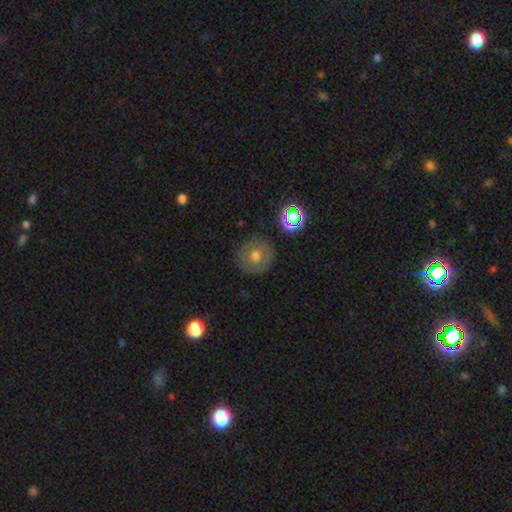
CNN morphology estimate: This appears to be a smooth galaxy with no disk features (63%) that is round (94%). Merging: none (87%).